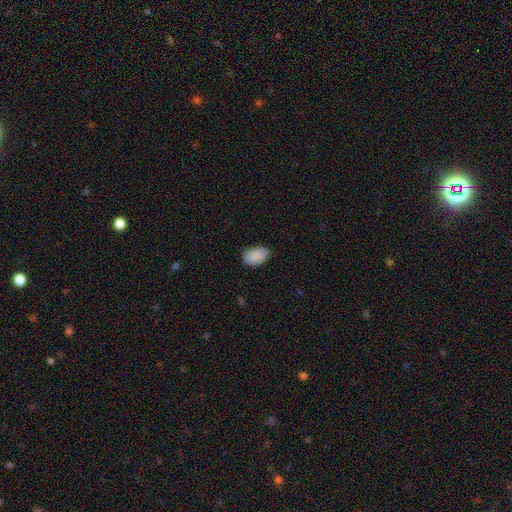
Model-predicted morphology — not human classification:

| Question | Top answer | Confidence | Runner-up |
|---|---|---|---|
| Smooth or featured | smooth | 90% | star or artifact (6%) |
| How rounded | in between | 92% | round (7%) |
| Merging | none | 83% | minor disturbance (13%) |